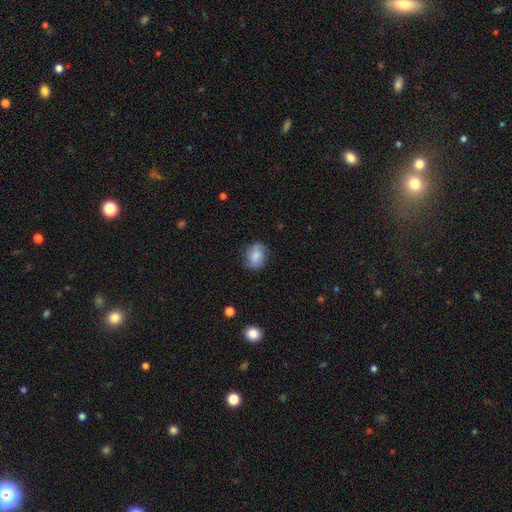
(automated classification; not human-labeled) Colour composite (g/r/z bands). It shows a smooth galaxy with no disk features (73%) that is round (56%). Merging: none (75%).